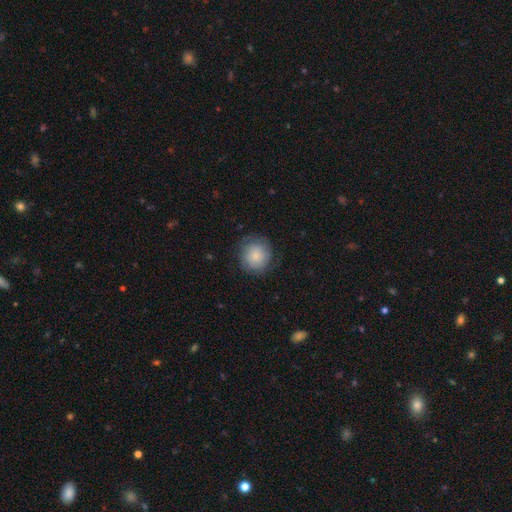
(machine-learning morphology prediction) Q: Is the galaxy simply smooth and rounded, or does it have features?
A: smooth — 82%.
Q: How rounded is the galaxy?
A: round — 91%.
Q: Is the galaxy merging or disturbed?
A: none — 78%.